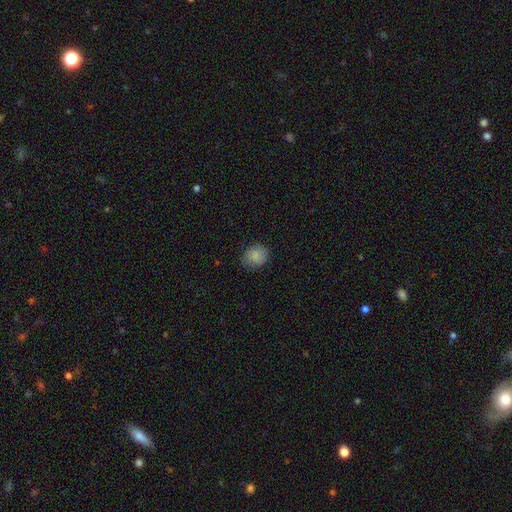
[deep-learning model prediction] smooth-or-featured: smooth: 82% | featured or disk: 10% | star or artifact: 8%
  how-rounded: round: 60% | in between: 39% | cigar-shaped: 1%
  merging: none: 79% | minor disturbance: 17% | major disturbance: 3% | merger: 1%